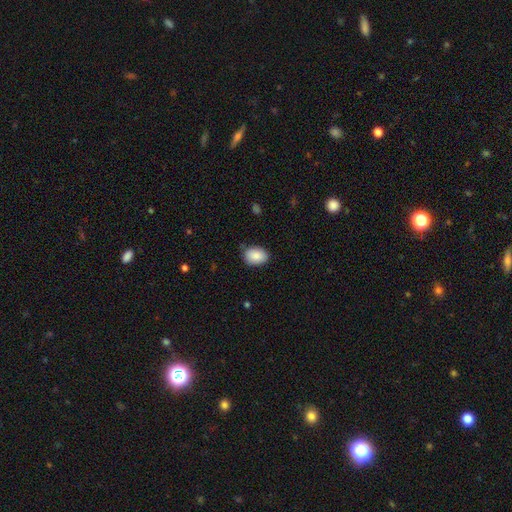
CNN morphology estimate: smooth-or-featured: smooth: 88% | star or artifact: 7% | featured or disk: 5%
  how-rounded: in between: 80% | round: 19% | cigar-shaped: 1%
  merging: none: 82% | minor disturbance: 14% | major disturbance: 3% | merger: 1%